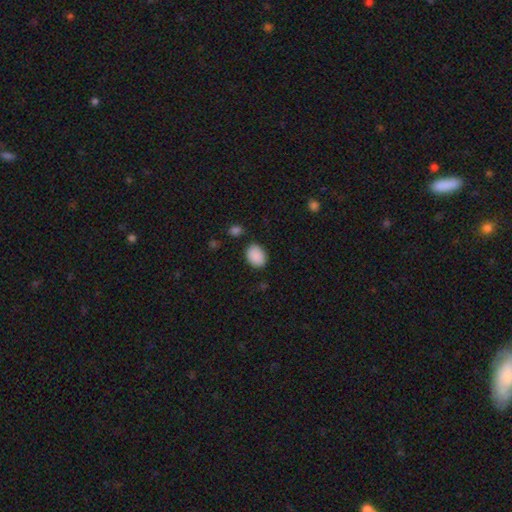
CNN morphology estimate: Overall: smooth (90%). How rounded: in between (71%). Merging: none (83%).